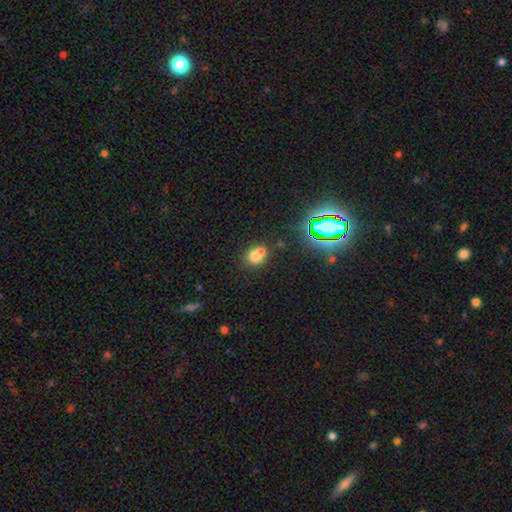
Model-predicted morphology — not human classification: Smooth or featured: smooth — 70% (star or artifact — 16%)
How rounded: round — 62% (in between — 36%)
Merging: merger — 45% (none — 40%)